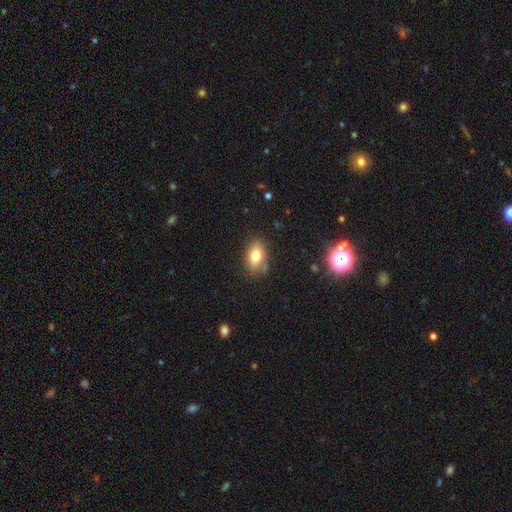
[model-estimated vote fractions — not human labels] Smooth or featured?
  - smooth: 78% *
  - featured or disk: 13%
  - star or artifact: 9%
How rounded?
  - in between: 86% *
  - round: 12%
  - cigar-shaped: 2%
Merging?
  - none: 74% *
  - minor disturbance: 18%
  - major disturbance: 4%
  - merger: 4%